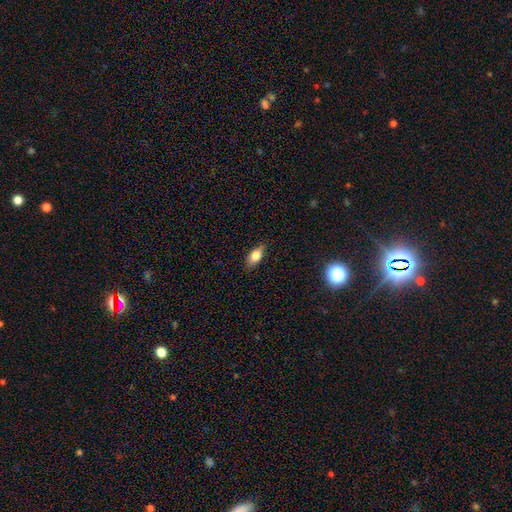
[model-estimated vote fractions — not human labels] Morphology: type=smooth (76%); roundness=in between (83%); merging=none (82%).